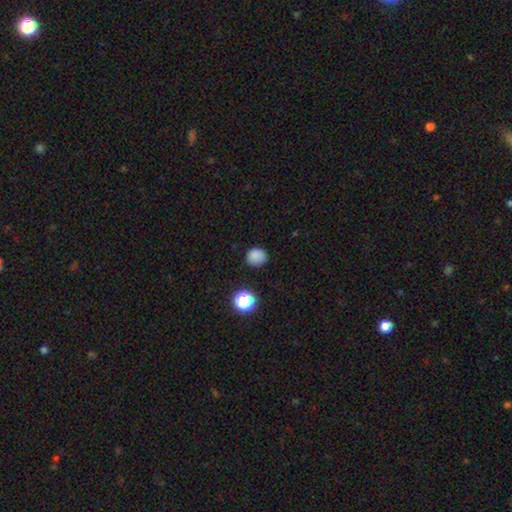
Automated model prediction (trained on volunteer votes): This is clearly a smooth galaxy (82%). How rounded: likely round (79%). Merging: clearly none (81%).